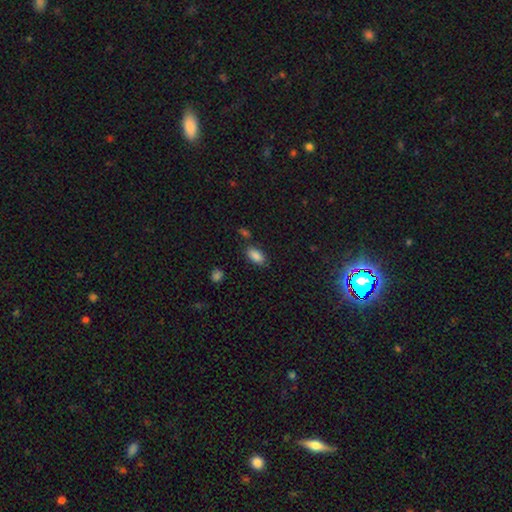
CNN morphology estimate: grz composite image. It shows a smooth galaxy with no disk features (86%) that is in between round and cigar-shaped (92%). Merging: none (77%).